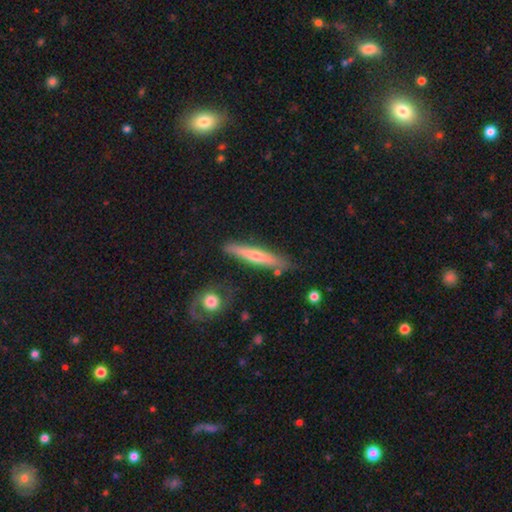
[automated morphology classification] Smooth or featured? featured or disk (50%)
Edge-on disk? yes (90%)
Merging? none (81%)